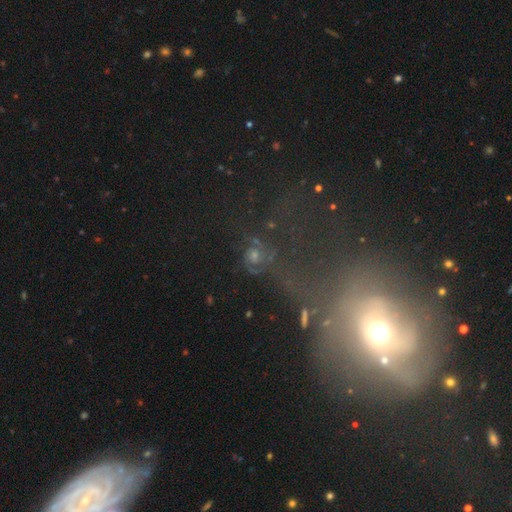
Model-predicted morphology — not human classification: Smooth or featured?
  - featured or disk: 54% *
  - star or artifact: 26%
  - smooth: 21%
Edge-on disk?
  - no: 95% *
  - yes: 5%
Bar?
  - no: 73% *
  - weak: 21%
  - strong: 6%
Spiral arms?
  - yes: 81% *
  - no: 19%
Bulge size?
  - moderate: 44% *
  - small: 35%
  - large: 9%
  - none: 8%
  - dominant: 3%
Merging?
  - none: 57% *
  - major disturbance: 19%
  - minor disturbance: 17%
  - merger: 8%